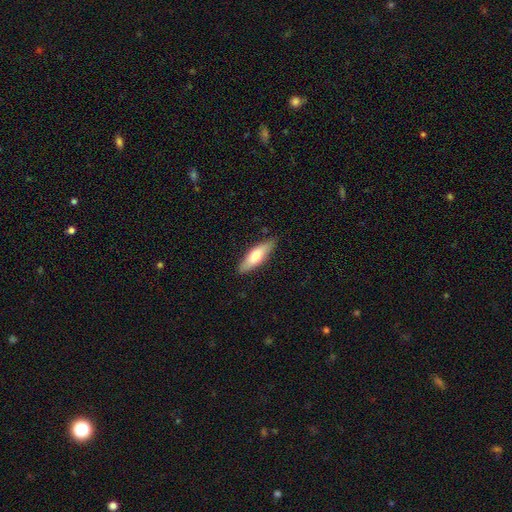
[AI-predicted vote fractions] A smooth galaxy with no disk features (65%) that is cigar-shaped (54%).

Vote fractions:
- Smooth or featured? smooth: 65% / featured or disk: 30% / star or artifact: 5%
- How rounded? cigar-shaped: 54% / in between: 44% / round: 2%
- Merging? none: 85% / minor disturbance: 12% / major disturbance: 2% / merger: 1%